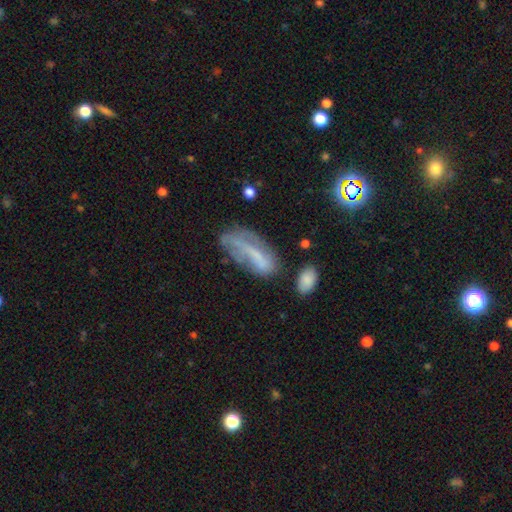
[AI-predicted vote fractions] Smooth or featured?
  - smooth: 45% *
  - featured or disk: 42%
  - star or artifact: 13%
Merging?
  - none: 39% *
  - minor disturbance: 29%
  - major disturbance: 24%
  - merger: 9%